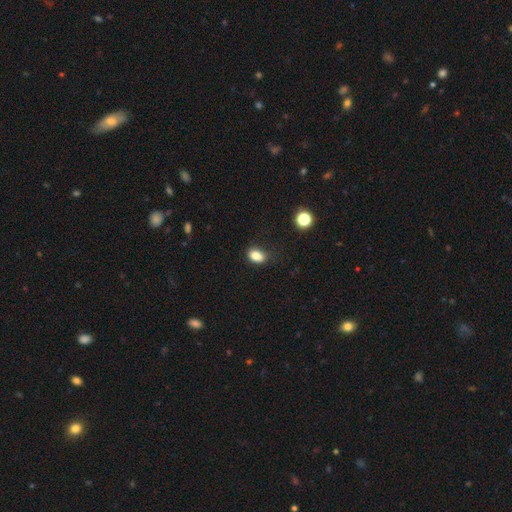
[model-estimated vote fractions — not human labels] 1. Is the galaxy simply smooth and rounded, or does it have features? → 83% smooth, 11% star or artifact, 6% featured or disk.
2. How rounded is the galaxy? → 81% in between, 17% round, 2% cigar-shaped.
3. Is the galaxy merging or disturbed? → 70% none, 22% minor disturbance, 6% major disturbance, 3% merger.